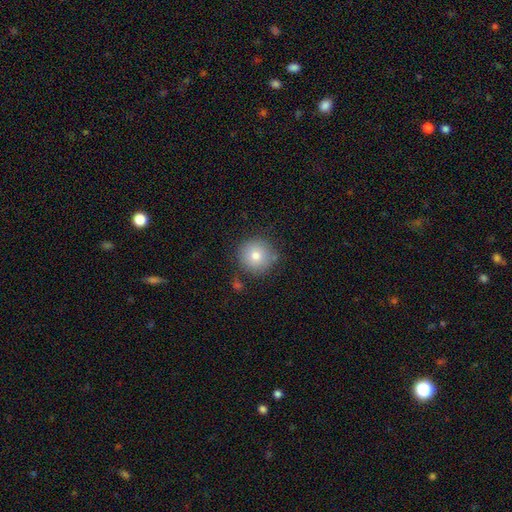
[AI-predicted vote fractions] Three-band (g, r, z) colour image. It shows a smooth galaxy with no disk features (77%) that is round (95%). Merging: none (82%).